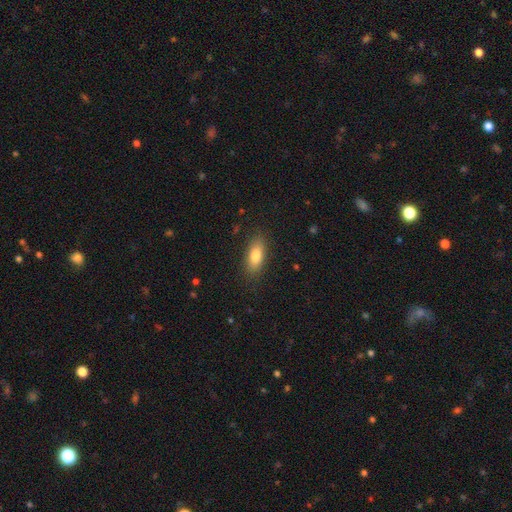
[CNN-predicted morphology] A smooth galaxy with no disk features (80%) that is in between round and cigar-shaped (81%).

Vote fractions:
- Smooth or featured? smooth: 80% / featured or disk: 12% / star or artifact: 7%
- How rounded? in between: 81% / cigar-shaped: 16% / round: 4%
- Merging? none: 84% / minor disturbance: 11% / major disturbance: 3% / merger: 1%